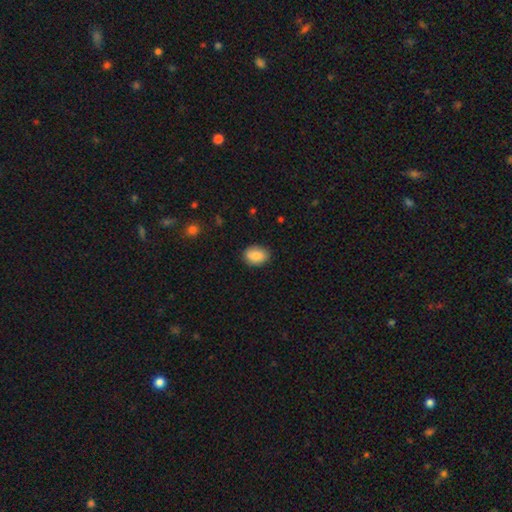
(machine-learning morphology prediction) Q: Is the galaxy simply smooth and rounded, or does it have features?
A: smooth — 87%.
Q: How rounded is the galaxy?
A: in between — 74%.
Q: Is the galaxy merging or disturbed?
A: none — 85%.